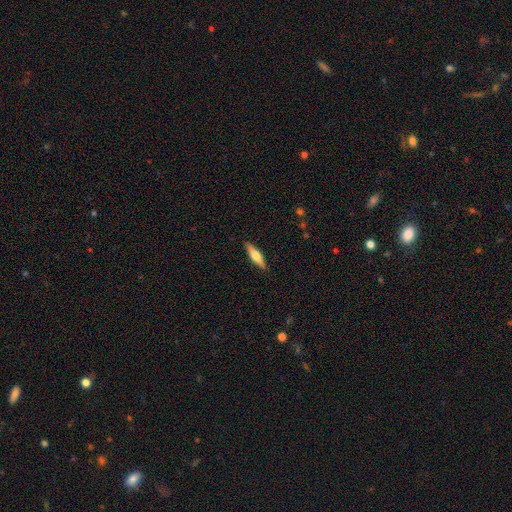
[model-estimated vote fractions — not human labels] A smooth galaxy with no disk features (51%) that is cigar-shaped (70%).

Vote fractions:
- Smooth or featured? smooth: 51% / featured or disk: 44% / star or artifact: 6%
- How rounded? cigar-shaped: 70% / in between: 28% / round: 2%
- Merging? none: 90% / minor disturbance: 8% / major disturbance: 2% / merger: 1%